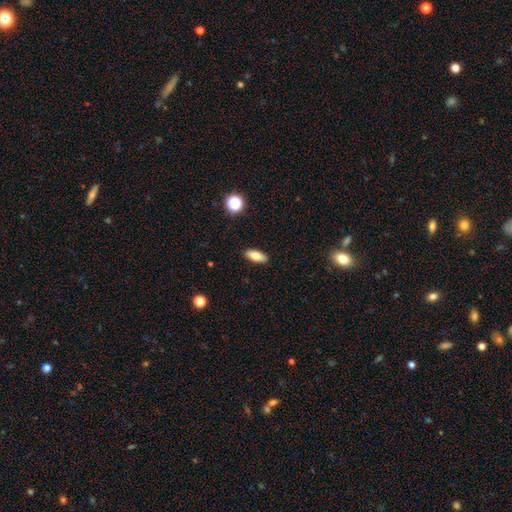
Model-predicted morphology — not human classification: The model was most divided on "how rounded": in between: 77%, cigar-shaped: 20%, round: 3%. More confident: merging — none (90%); smooth or featured — smooth (77%).